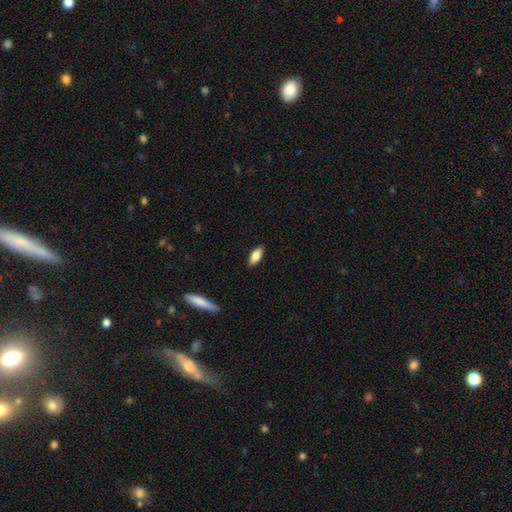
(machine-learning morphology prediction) Smooth or featured?
  - smooth: 77% *
  - featured or disk: 16%
  - star or artifact: 6%
How rounded?
  - in between: 75% *
  - cigar-shaped: 22%
  - round: 2%
Merging?
  - none: 88% *
  - minor disturbance: 9%
  - major disturbance: 2%
  - merger: 1%